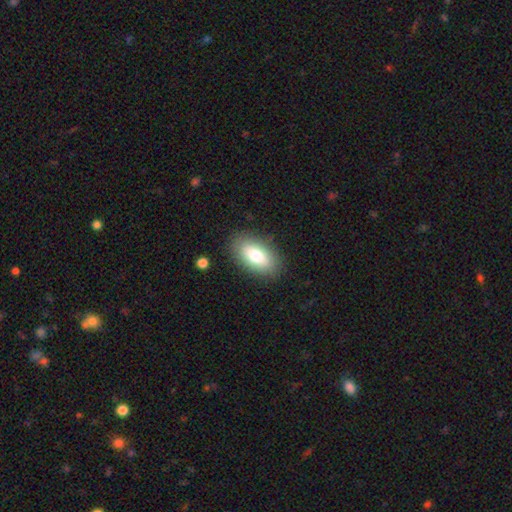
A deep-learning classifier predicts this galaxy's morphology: smooth_or_featured: smooth (p=0.79) [alt: featured or disk p=0.14]
how_rounded: in between (p=0.92) [alt: cigar-shaped p=0.04]
merging: none (p=0.86) [alt: minor disturbance p=0.10]